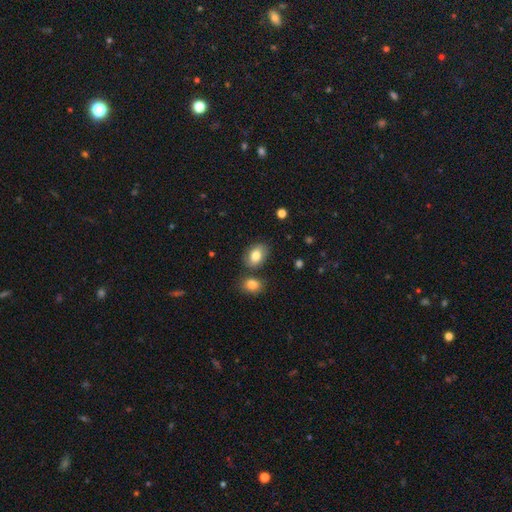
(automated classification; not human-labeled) smooth-or-featured: smooth: 77% | featured or disk: 16% | star or artifact: 8%
  how-rounded: in between: 81% | round: 17% | cigar-shaped: 1%
  merging: none: 75% | minor disturbance: 13% | merger: 9% | major disturbance: 4%